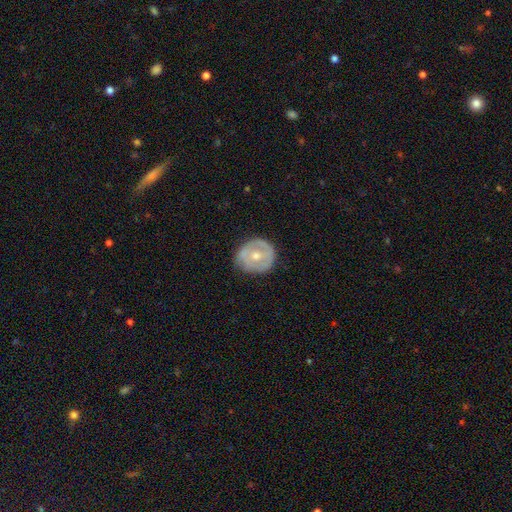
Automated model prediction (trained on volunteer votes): Overall: featured or disk (53%; smooth 41%). Edge-on disk: no (95%). Bar: no (72%). Spiral arms: no (66%; yes 34%). Bulge size: moderate (65%; small 30%). Merging: none (73%).